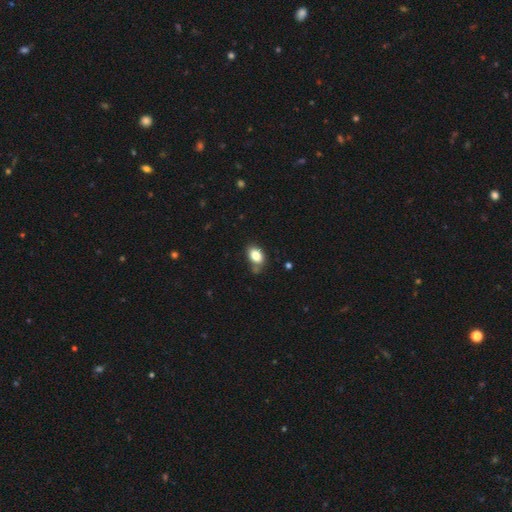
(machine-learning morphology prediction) Overall: smooth (84%). How rounded: in between (83%). Merging: none (67%).